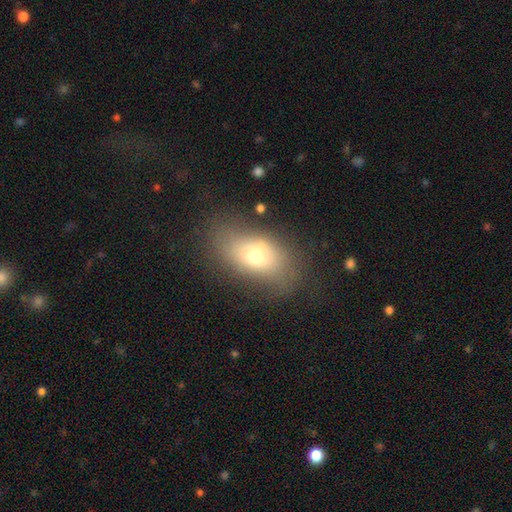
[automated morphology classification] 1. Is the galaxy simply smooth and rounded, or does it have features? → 66% smooth, 22% featured or disk, 12% star or artifact.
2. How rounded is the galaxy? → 85% in between, 12% round, 4% cigar-shaped.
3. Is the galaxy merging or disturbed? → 66% none, 21% minor disturbance, 11% major disturbance, 2% merger.